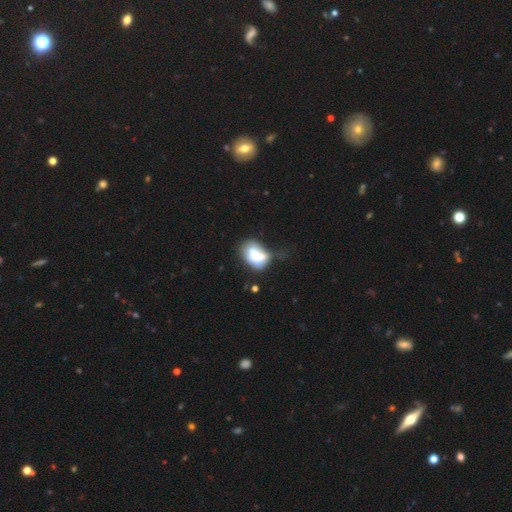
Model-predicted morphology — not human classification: type=smooth (60%); roundness=in between (79%); merging=merger (28%).